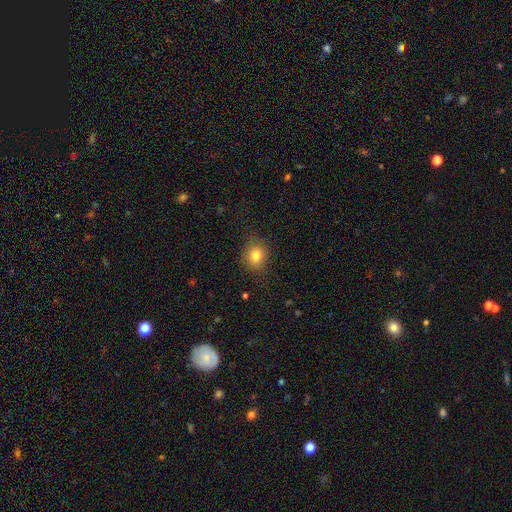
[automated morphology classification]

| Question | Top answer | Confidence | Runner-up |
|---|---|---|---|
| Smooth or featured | smooth | 82% | star or artifact (11%) |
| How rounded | round | 64% | in between (35%) |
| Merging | none | 82% | minor disturbance (13%) |